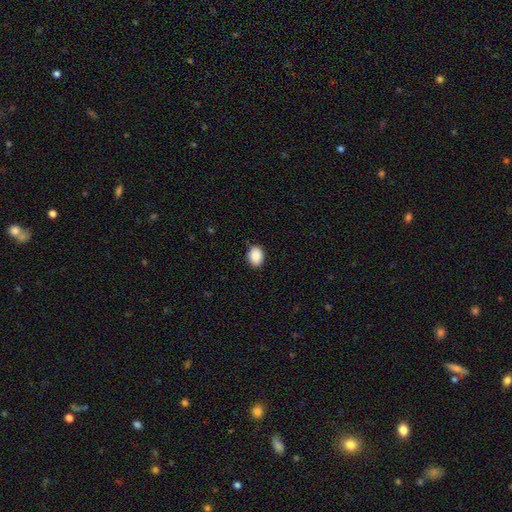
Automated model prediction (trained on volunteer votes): The model was most divided on "how rounded": in between: 67%, round: 32%, cigar-shaped: 1%. More confident: smooth or featured — smooth (90%); merging — none (87%).